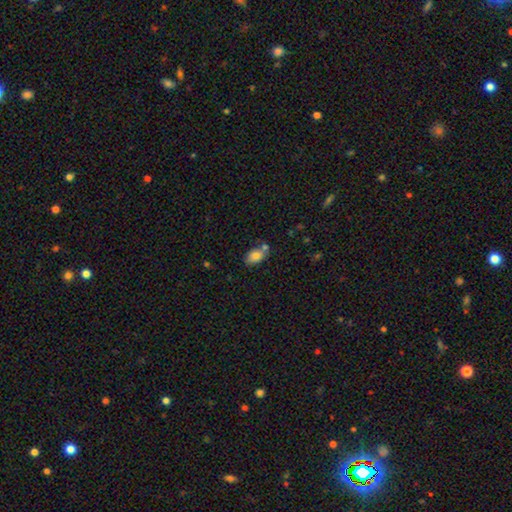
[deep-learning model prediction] Smooth or featured? Predicted: smooth (p=0.80). How rounded? Predicted: in between (p=0.88). Merging? Predicted: none (p=0.57).